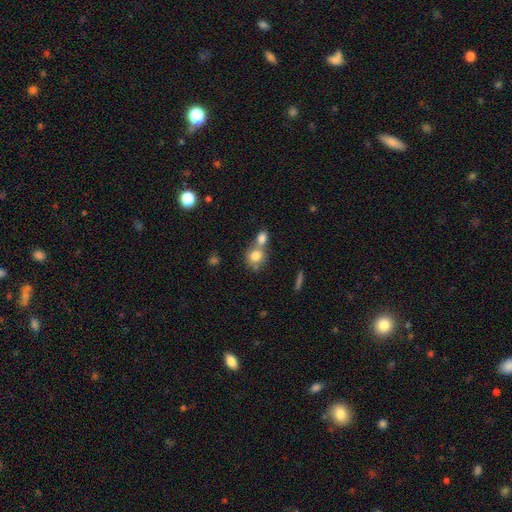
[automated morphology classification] A smooth galaxy with no disk features (79%) that is round (77%).

Vote fractions:
- Smooth or featured? smooth: 79% / featured or disk: 12% / star or artifact: 10%
- How rounded? round: 77% / in between: 22% / cigar-shaped: 2%
- Merging? merger: 55% / none: 35% / minor disturbance: 7% / major disturbance: 3%